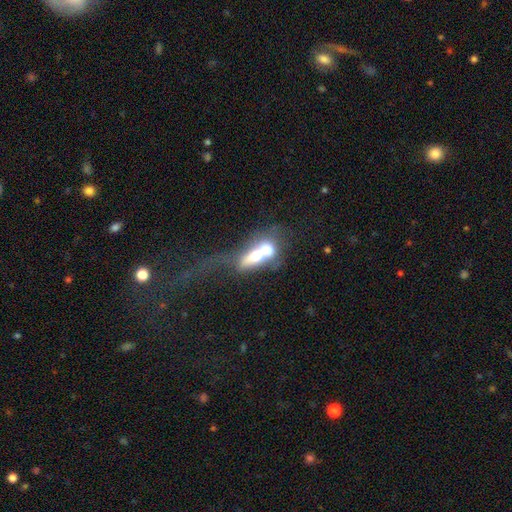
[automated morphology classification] A smooth galaxy with no disk features (53%) that is in between round and cigar-shaped (63%).

Vote fractions:
- Smooth or featured? smooth: 53% / featured or disk: 38% / star or artifact: 9%
- How rounded? in between: 63% / cigar-shaped: 19% / round: 18%
- Merging? merger: 72% / major disturbance: 12% / none: 11% / minor disturbance: 6%